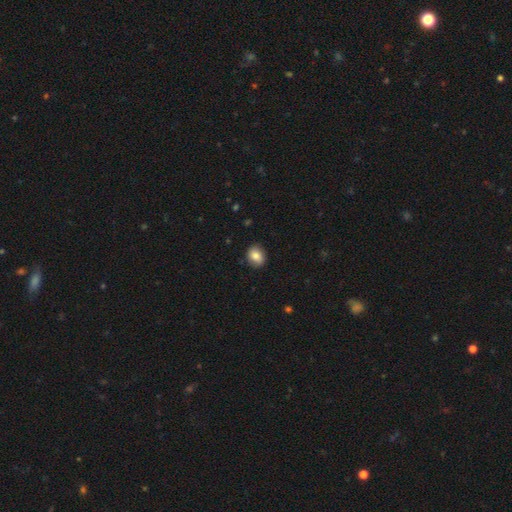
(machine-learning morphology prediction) smooth 81%, featured or disk 10%, star or artifact 9%. Down the decision tree: how rounded — round (57%); merging — none (86%).